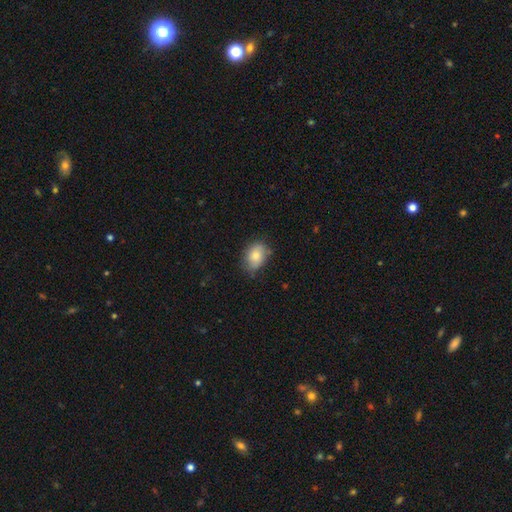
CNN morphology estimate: A smooth galaxy with no disk features (80%) that is in between round and cigar-shaped (69%).

Vote fractions:
- Smooth or featured? smooth: 80% / featured or disk: 12% / star or artifact: 8%
- How rounded? in between: 69% / round: 29% / cigar-shaped: 1%
- Merging? none: 69% / minor disturbance: 25% / major disturbance: 5% / merger: 2%